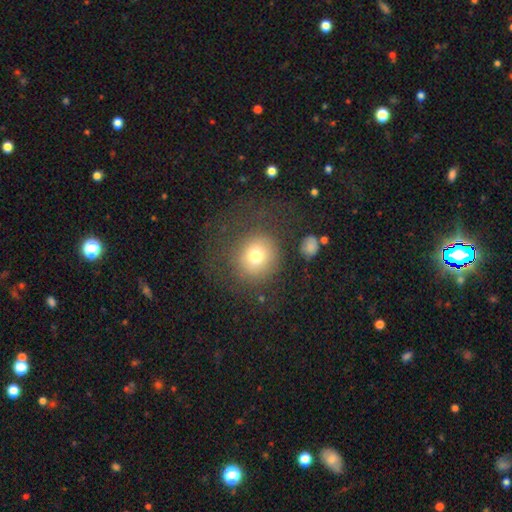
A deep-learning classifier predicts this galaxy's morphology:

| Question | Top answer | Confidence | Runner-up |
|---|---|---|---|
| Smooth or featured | smooth | 72% | featured or disk (15%) |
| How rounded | round | 89% | in between (11%) |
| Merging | none | 69% | major disturbance (16%) |